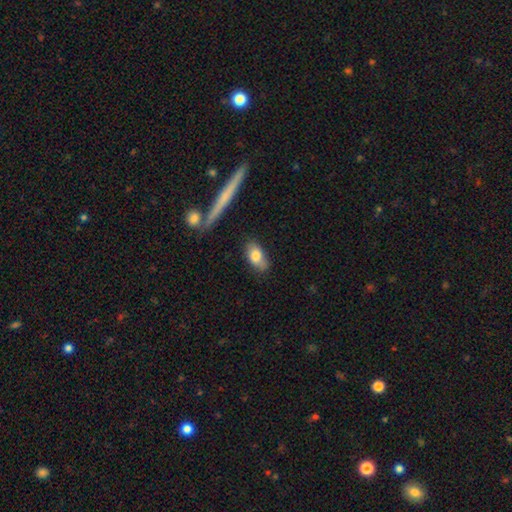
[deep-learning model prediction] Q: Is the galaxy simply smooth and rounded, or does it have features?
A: smooth — 78%.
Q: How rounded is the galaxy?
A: in between — 87%.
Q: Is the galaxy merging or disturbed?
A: none — 69%.